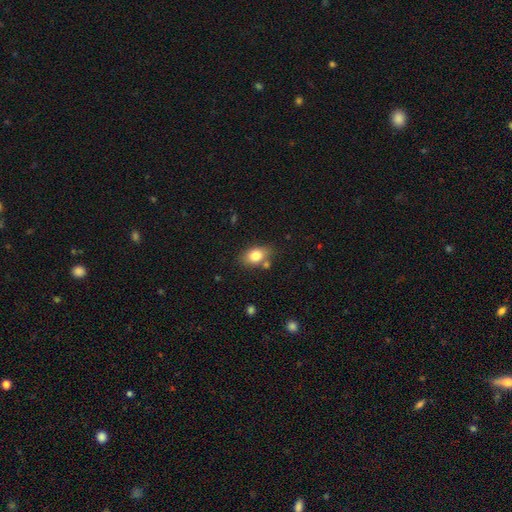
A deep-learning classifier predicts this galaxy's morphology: A smooth galaxy with no disk features (79%) that is in between round and cigar-shaped (79%).

Vote fractions:
- Smooth or featured? smooth: 79% / featured or disk: 12% / star or artifact: 9%
- How rounded? in between: 79% / round: 19% / cigar-shaped: 2%
- Merging? none: 73% / minor disturbance: 15% / merger: 8% / major disturbance: 4%